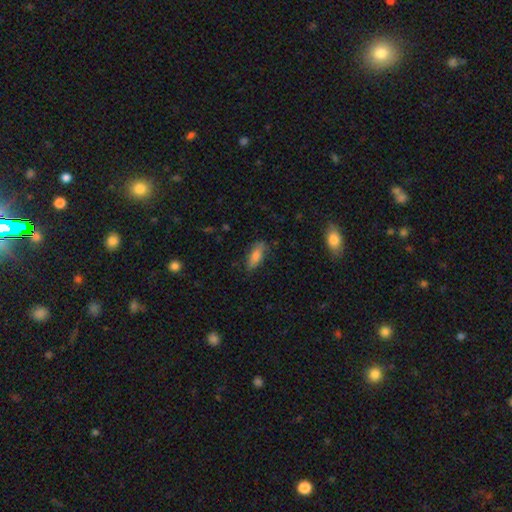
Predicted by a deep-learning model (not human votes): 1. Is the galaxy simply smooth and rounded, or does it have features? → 77% smooth, 15% featured or disk, 8% star or artifact.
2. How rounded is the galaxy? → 66% in between, 31% cigar-shaped, 3% round.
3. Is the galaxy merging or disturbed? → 74% none, 20% minor disturbance, 4% major disturbance, 2% merger.